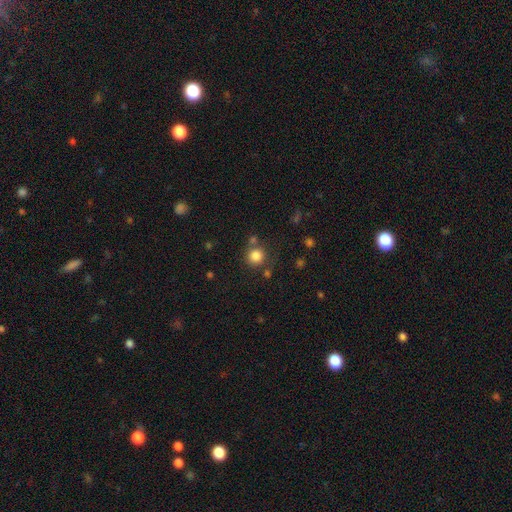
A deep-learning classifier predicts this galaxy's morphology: Overall: smooth (83%). How rounded: round (92%). Merging: none (74%).